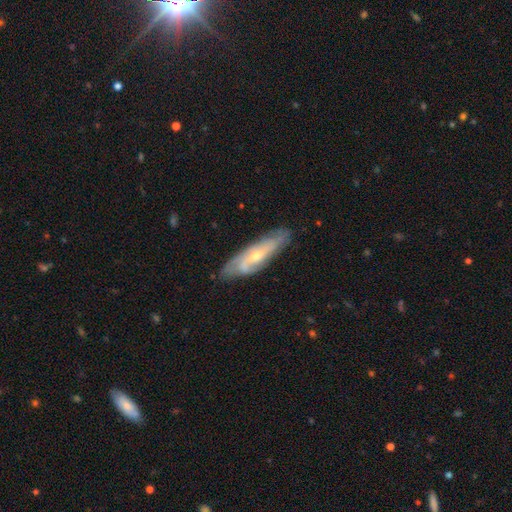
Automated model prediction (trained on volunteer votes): Morphology: type=featured or disk (72%); edge-on=no (71%); bar=no (59%); spiral arms=yes (86%); bulge=small (51%); merging=none (76%).